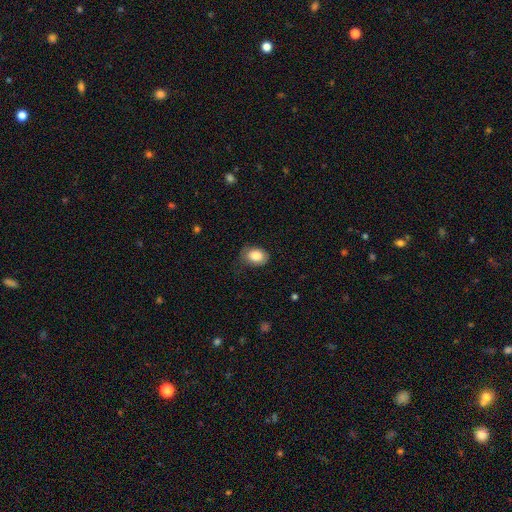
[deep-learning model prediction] Smooth or featured? smooth (85%)
How rounded? in between (72%)
Merging? none (67%)